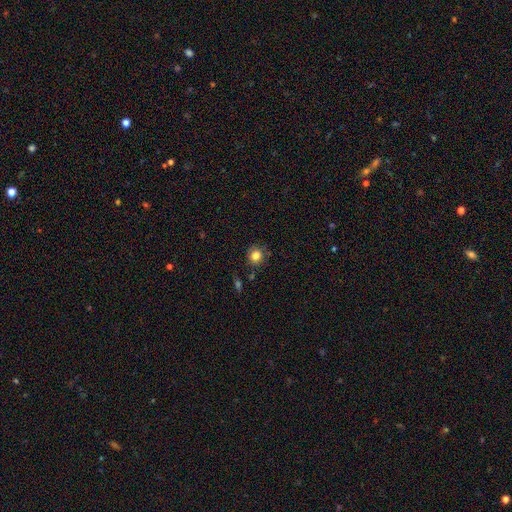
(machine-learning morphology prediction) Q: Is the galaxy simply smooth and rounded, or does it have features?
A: smooth — 82%.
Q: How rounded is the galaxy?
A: round — 86%.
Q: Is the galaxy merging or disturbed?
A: none — 80%.